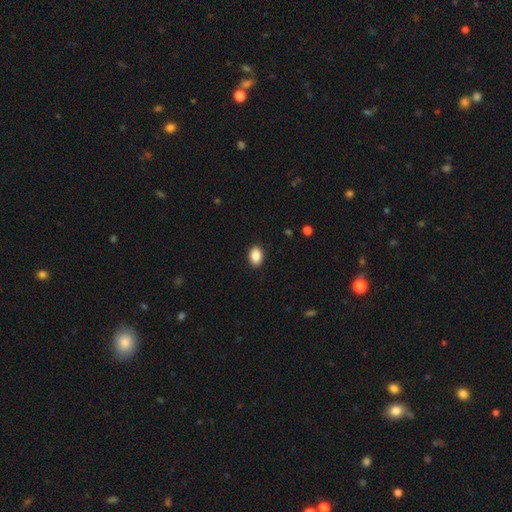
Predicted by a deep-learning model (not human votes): Smooth or featured: smooth — 88% (star or artifact — 8%)
How rounded: in between — 83% (round — 16%)
Merging: none — 90% (minor disturbance — 7%)